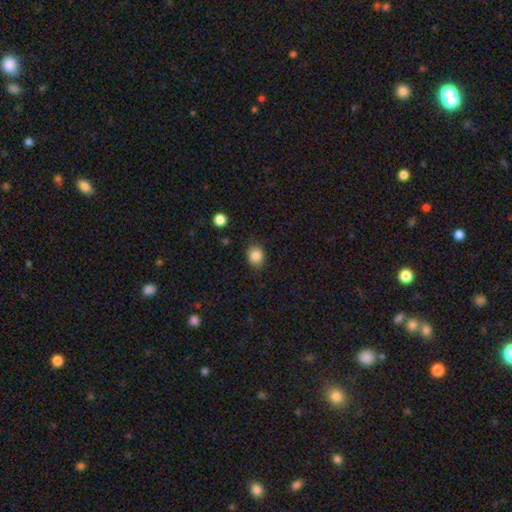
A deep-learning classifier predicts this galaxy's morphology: This appears to be a smooth galaxy with no disk features (85%) that is round (59%). Merging: none (84%).